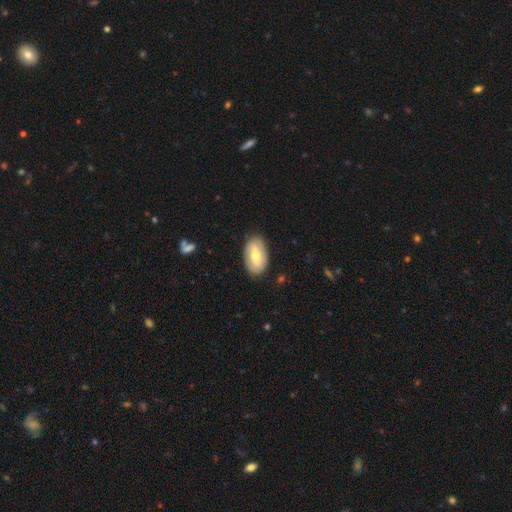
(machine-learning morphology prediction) Smooth or featured?
  - smooth: 51% *
  - featured or disk: 43%
  - star or artifact: 6%
How rounded?
  - in between: 92% *
  - round: 5%
  - cigar-shaped: 3%
Merging?
  - none: 84% *
  - minor disturbance: 12%
  - major disturbance: 3%
  - merger: 1%